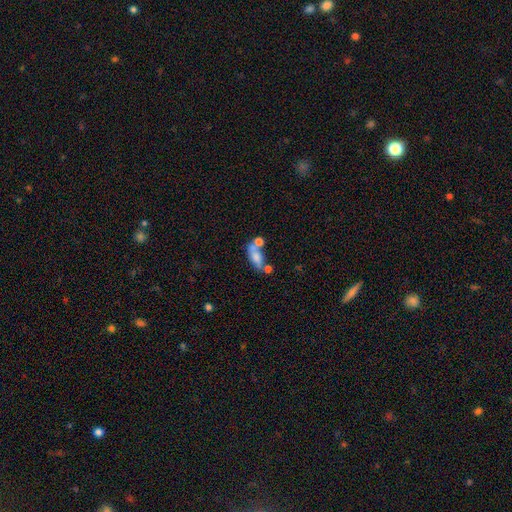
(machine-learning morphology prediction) A smooth galaxy with no disk features (62%) that is in between round and cigar-shaped (74%).

Vote fractions:
- Smooth or featured? smooth: 62% / featured or disk: 28% / star or artifact: 10%
- How rounded? in between: 74% / cigar-shaped: 19% / round: 7%
- Merging? merger: 40% / none: 33% / minor disturbance: 15% / major disturbance: 11%